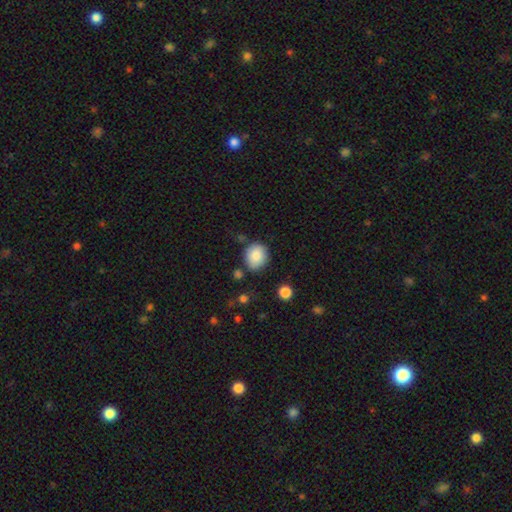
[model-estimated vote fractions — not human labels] Smooth or featured? smooth (86%)
How rounded? round (73%)
Merging? none (76%)